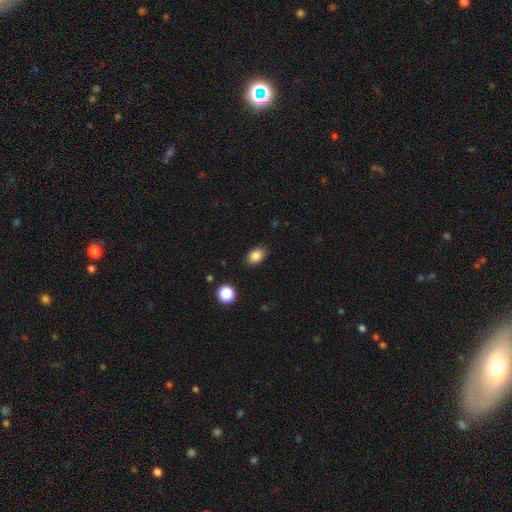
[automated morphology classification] Smooth or featured?
  - smooth: 85% *
  - star or artifact: 10%
  - featured or disk: 5%
How rounded?
  - in between: 78% *
  - round: 21%
  - cigar-shaped: 1%
Merging?
  - none: 87% *
  - minor disturbance: 9%
  - major disturbance: 2%
  - merger: 1%